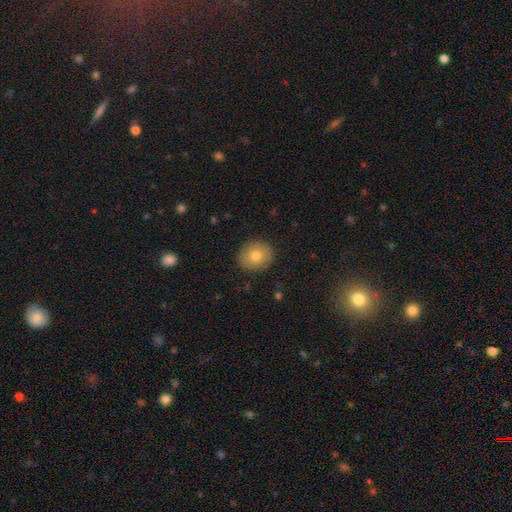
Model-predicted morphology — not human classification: smooth-or-featured: smooth: 77% | featured or disk: 14% | star or artifact: 10%
  how-rounded: round: 74% | in between: 25% | cigar-shaped: 1%
  merging: none: 89% | minor disturbance: 8% | major disturbance: 2% | merger: 1%